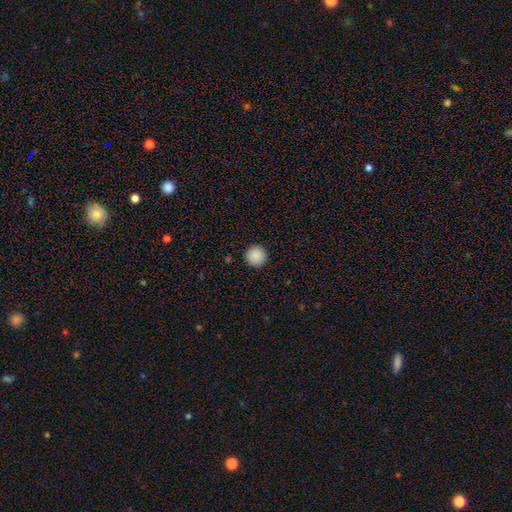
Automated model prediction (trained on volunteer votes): Overall: smooth (89%). How rounded: round (96%). Merging: none (93%).